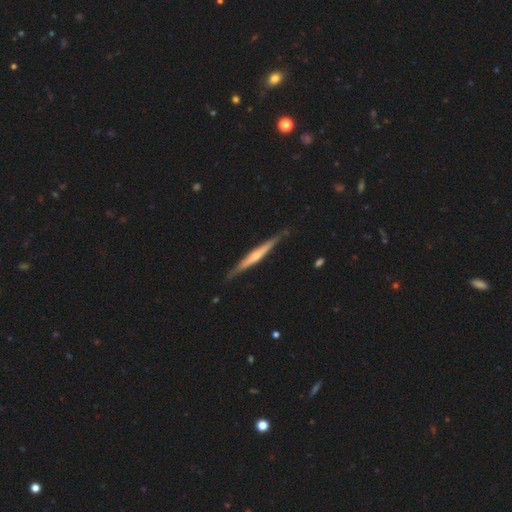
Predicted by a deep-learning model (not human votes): This is likely a featured or disk galaxy (68%). It is clearly viewed edge-on (97%). Edge-on bulge: likely rounded (69%). Merging: clearly none (85%).